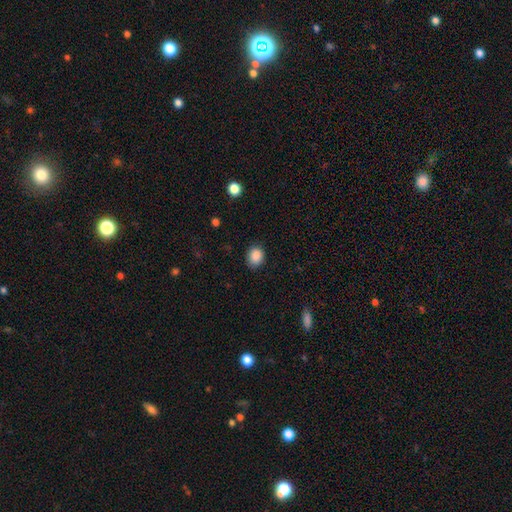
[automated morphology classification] The model was most divided on "how rounded": round: 55%, in between: 44%, cigar-shaped: 1%. More confident: smooth or featured — smooth (88%); merging — none (84%).